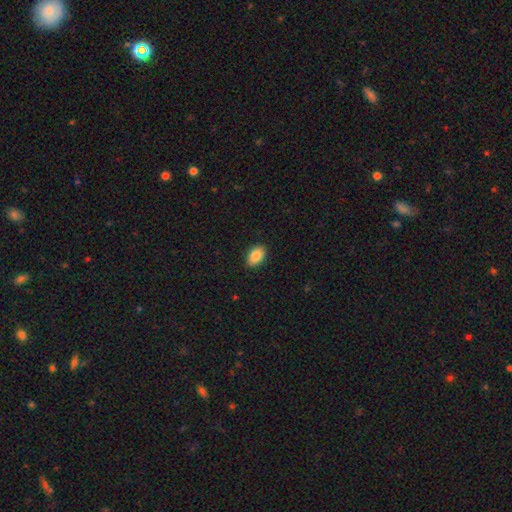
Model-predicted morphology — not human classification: A smooth galaxy with no disk features (88%) that is in between round and cigar-shaped (91%).

Vote fractions:
- Smooth or featured? smooth: 88% / star or artifact: 7% / featured or disk: 4%
- How rounded? in between: 91% / round: 8% / cigar-shaped: 1%
- Merging? none: 90% / minor disturbance: 7% / major disturbance: 2% / merger: 1%